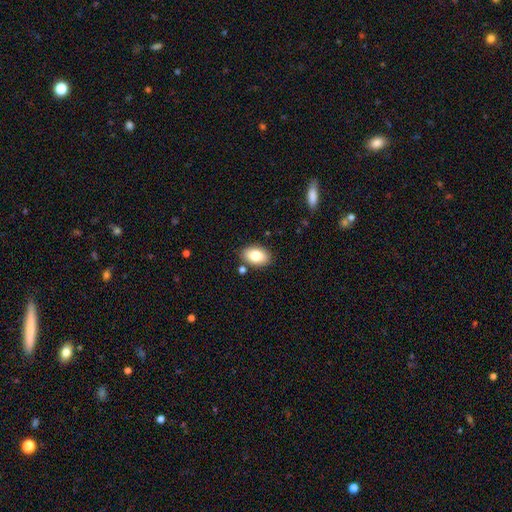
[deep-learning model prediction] Smooth or featured? Predicted: smooth (p=0.83). How rounded? Predicted: in between (p=0.89). Merging? Predicted: none (p=0.83).